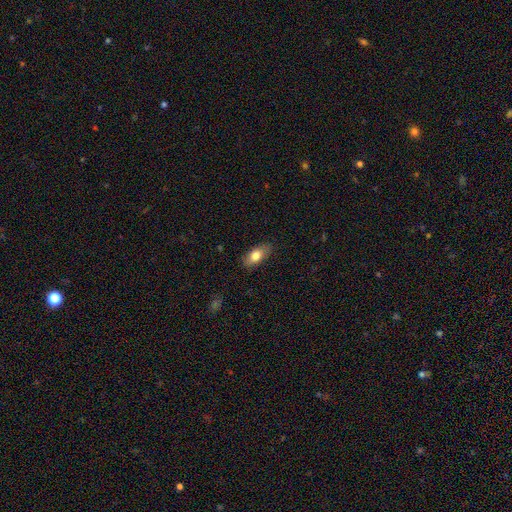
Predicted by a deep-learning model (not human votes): Smooth or featured: smooth — 76% (featured or disk — 17%)
How rounded: in between — 87% (cigar-shaped — 8%)
Merging: none — 83% (minor disturbance — 13%)